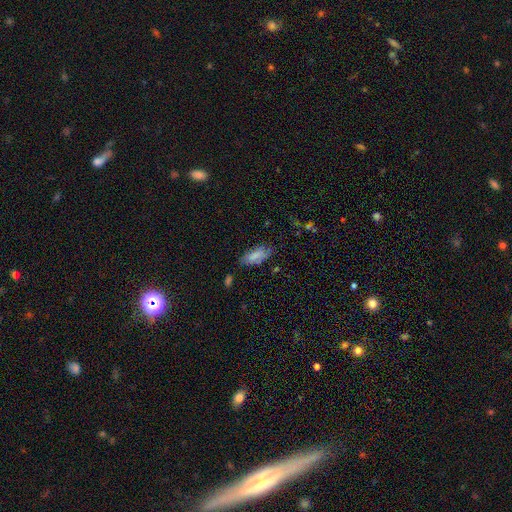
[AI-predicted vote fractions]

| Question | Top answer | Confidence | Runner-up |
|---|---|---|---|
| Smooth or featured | smooth | 76% | featured or disk (15%) |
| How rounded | in between | 79% | cigar-shaped (19%) |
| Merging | none | 61% | minor disturbance (27%) |